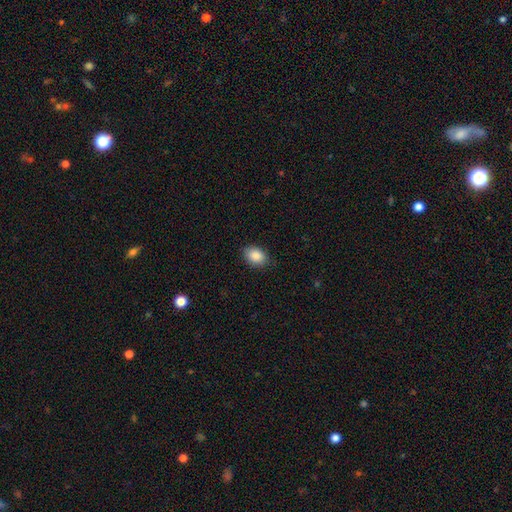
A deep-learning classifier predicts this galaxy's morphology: The model was most divided on "how rounded": in between: 78%, round: 21%, cigar-shaped: 1%. More confident: smooth or featured — smooth (88%); merging — none (84%).